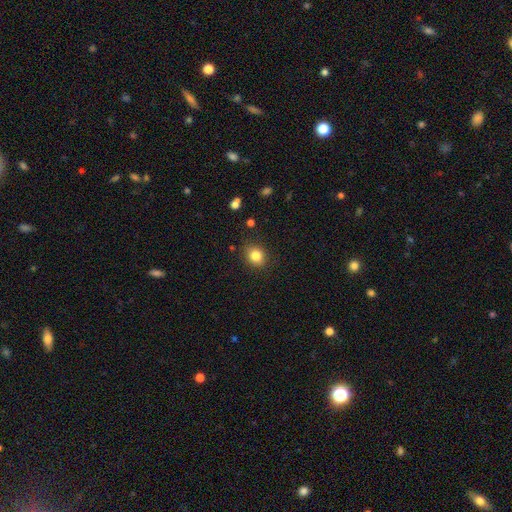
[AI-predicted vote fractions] Smooth or featured?
  - smooth: 83% *
  - star or artifact: 11%
  - featured or disk: 6%
How rounded?
  - round: 68% *
  - in between: 31%
  - cigar-shaped: 1%
Merging?
  - none: 87% *
  - minor disturbance: 10%
  - major disturbance: 2%
  - merger: 1%